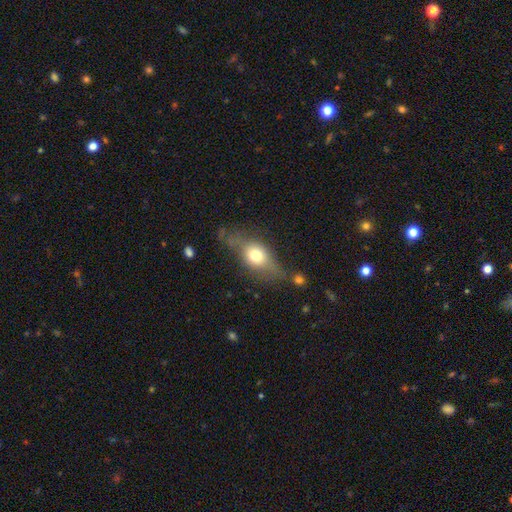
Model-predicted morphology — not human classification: A smooth galaxy with no disk features (59%) that is in between round and cigar-shaped (65%). Merging: none (56%).